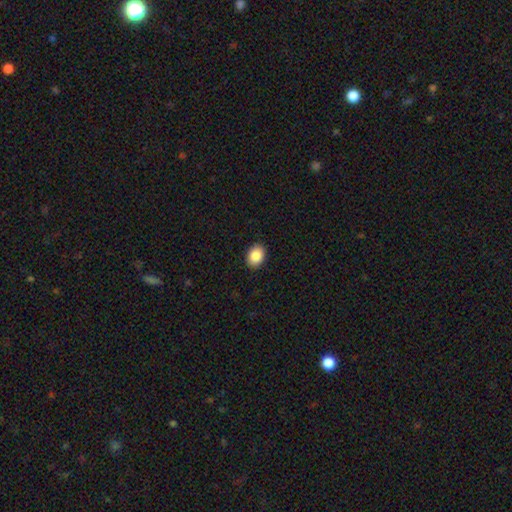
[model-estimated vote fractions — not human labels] Smooth or featured? smooth (88%)
How rounded? in between (67%)
Merging? none (91%)